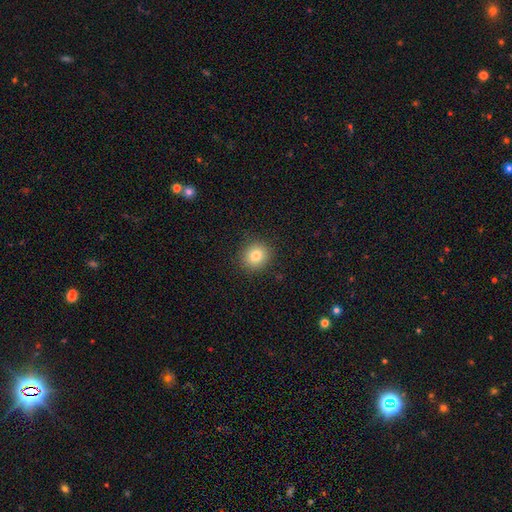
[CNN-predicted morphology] A smooth galaxy with no disk features (82%) that is round (84%). Merging: none (90%).